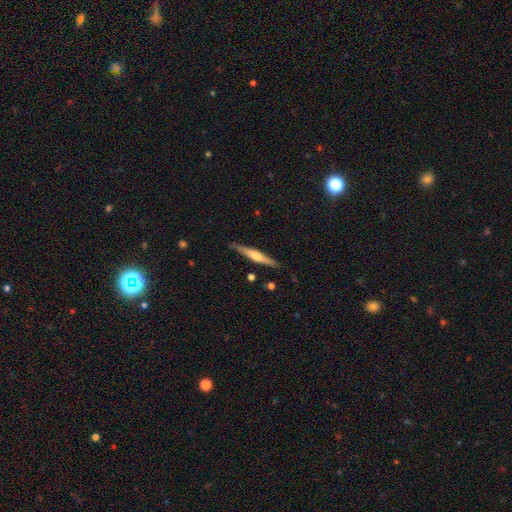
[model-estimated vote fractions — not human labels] A featured or disk galaxy (58%) viewed edge-on (96%) with a rounded central bulge (61%). Merging: none (85%).